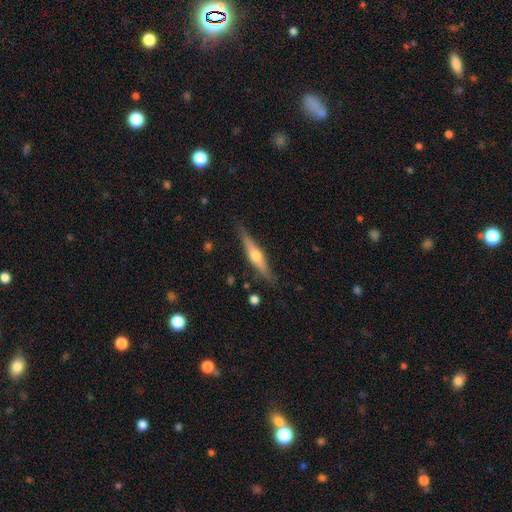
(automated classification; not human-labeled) Overall: featured or disk (67%). Edge-on disk: yes (96%). Edge-on bulge: rounded (92%). Merging: none (86%).